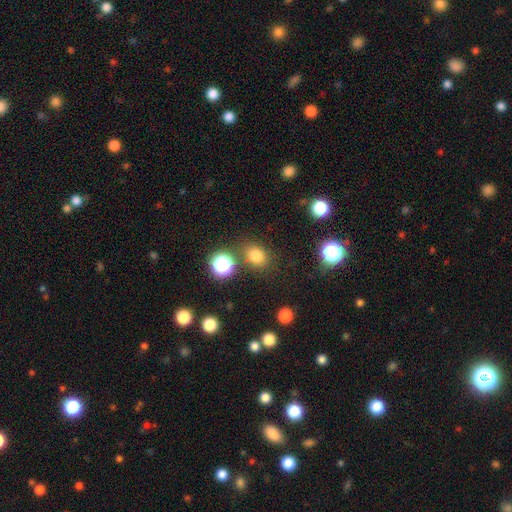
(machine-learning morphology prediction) The model was most divided on "how rounded": round: 52%, in between: 47%, cigar-shaped: 1%. More confident: merging — none (78%); smooth or featured — smooth (77%).